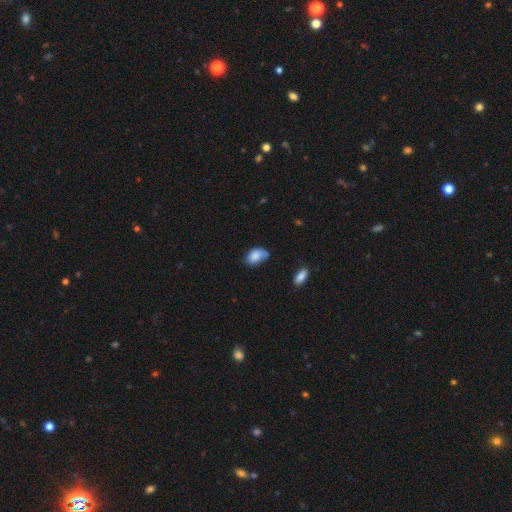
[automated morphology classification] smooth_or_featured: smooth (p=0.82) [alt: featured or disk p=0.10]
how_rounded: in between (p=0.90) [alt: round p=0.08]
merging: none (p=0.50) [alt: minor disturbance p=0.36]